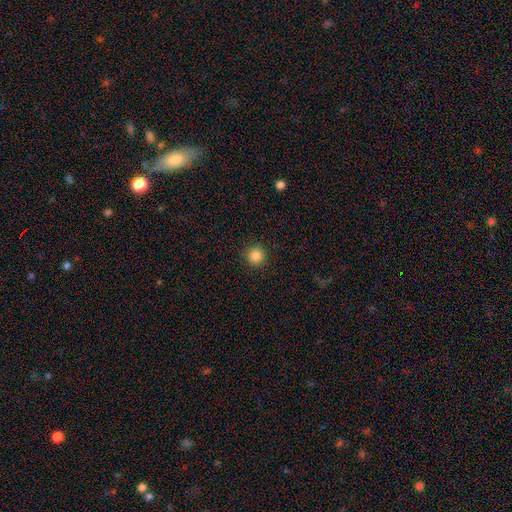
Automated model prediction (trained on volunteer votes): Overall: smooth (85%). How rounded: round (94%). Merging: none (90%).